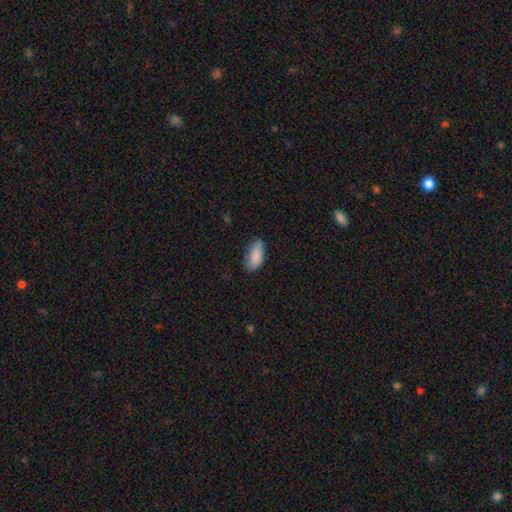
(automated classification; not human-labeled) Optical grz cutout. It shows a smooth galaxy with no disk features (83%) that is in between round and cigar-shaped (91%). Merging: none (62%).